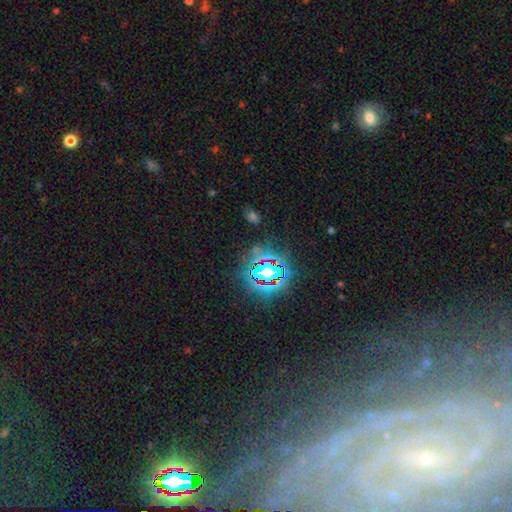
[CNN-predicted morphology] Smooth or featured? Predicted: featured or disk (p=0.46). Merging? Predicted: none (p=0.79).